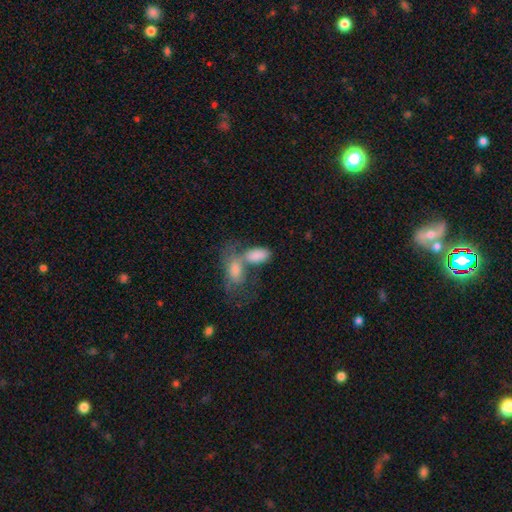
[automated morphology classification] smooth_or_featured: smooth (p=0.80) [alt: featured or disk p=0.13]
how_rounded: in between (p=0.93) [alt: round p=0.04]
merging: merger (p=0.62) [alt: none p=0.19]